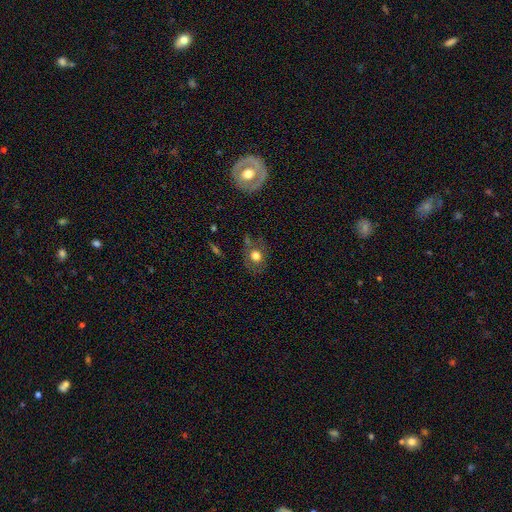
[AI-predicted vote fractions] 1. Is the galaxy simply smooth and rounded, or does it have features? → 67% smooth, 22% featured or disk, 11% star or artifact.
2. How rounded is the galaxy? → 64% round, 35% in between, 1% cigar-shaped.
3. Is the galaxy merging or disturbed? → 66% none, 20% minor disturbance, 8% major disturbance, 6% merger.